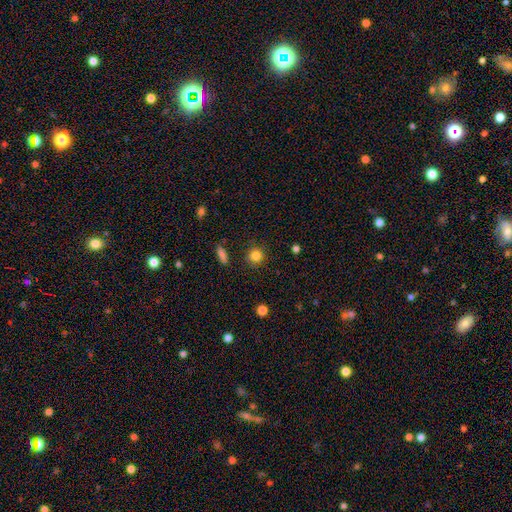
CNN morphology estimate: smooth_or_featured: smooth (p=0.83) [alt: star or artifact p=0.12]
how_rounded: round (p=0.89) [alt: in between p=0.09]
merging: none (p=0.88) [alt: minor disturbance p=0.08]